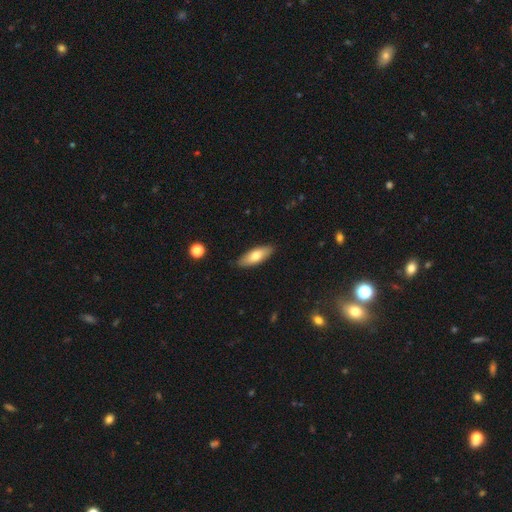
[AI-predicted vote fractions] This appears to be a smooth galaxy with no disk features (72%) that is in between round and cigar-shaped (70%). Merging: none (88%).